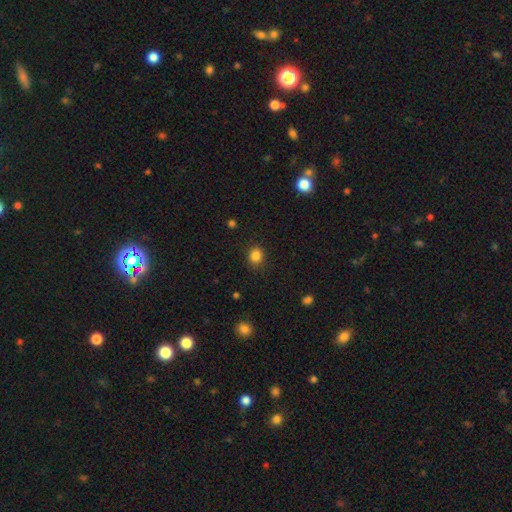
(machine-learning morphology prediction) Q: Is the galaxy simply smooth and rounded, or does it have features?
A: smooth — 84%.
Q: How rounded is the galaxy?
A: round — 77%.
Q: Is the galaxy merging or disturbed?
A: none — 87%.